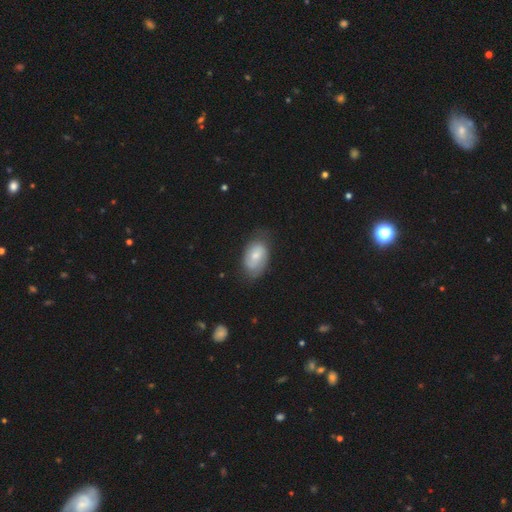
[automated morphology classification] Smooth or featured? smooth (54%)
How rounded? in between (88%)
Merging? none (65%)